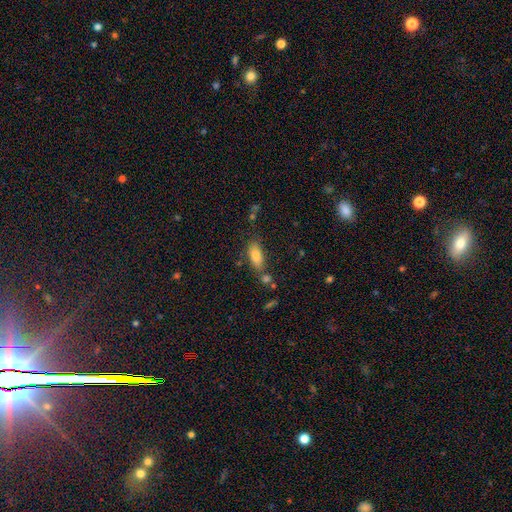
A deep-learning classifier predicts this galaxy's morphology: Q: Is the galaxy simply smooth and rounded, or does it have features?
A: smooth — 80%.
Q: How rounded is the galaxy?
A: in between — 79%.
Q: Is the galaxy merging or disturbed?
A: none — 67%.